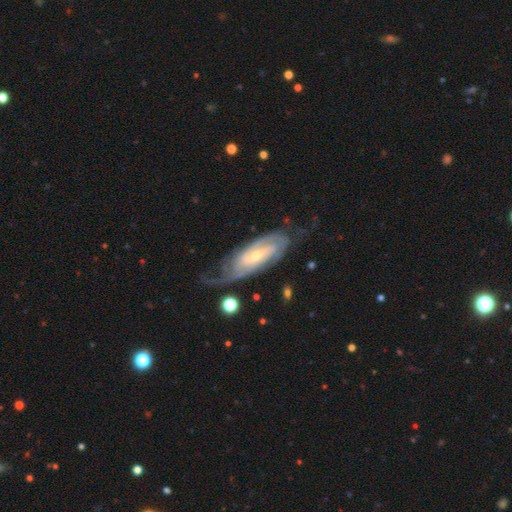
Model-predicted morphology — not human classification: type=featured or disk (88%); edge-on=no (92%); bar=no (41%); spiral arms=yes (97%); winding=tight (61%); arm count=2 (53%); bulge=small (67%); merging=none (62%).